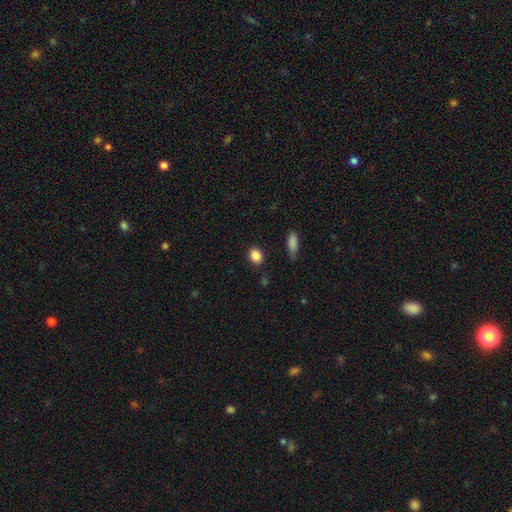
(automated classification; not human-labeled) A smooth galaxy with no disk features (87%) that is round (56%). Merging: none (86%).